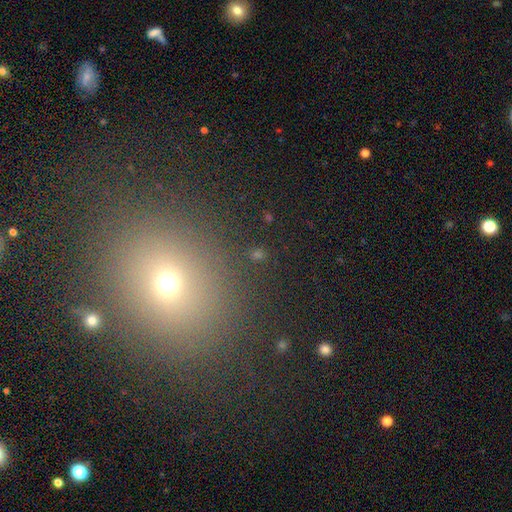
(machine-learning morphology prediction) Smooth or featured? Predicted: smooth (p=0.48). Merging? Predicted: none (p=0.84).